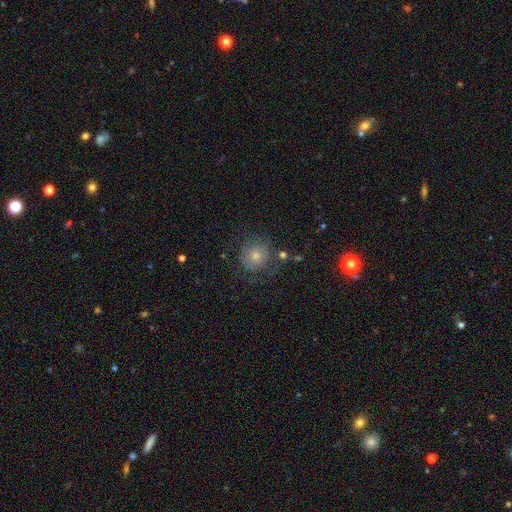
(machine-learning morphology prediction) Smooth or featured: smooth — 53% (featured or disk — 28%)
How rounded: round — 92% (in between — 7%)
Merging: none — 76% (minor disturbance — 13%)